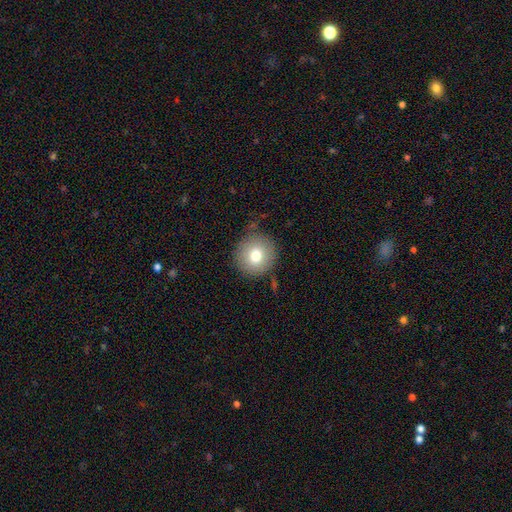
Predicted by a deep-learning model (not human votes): Smooth or featured? Predicted: smooth (p=0.76). How rounded? Predicted: round (p=0.92). Merging? Predicted: none (p=0.81).